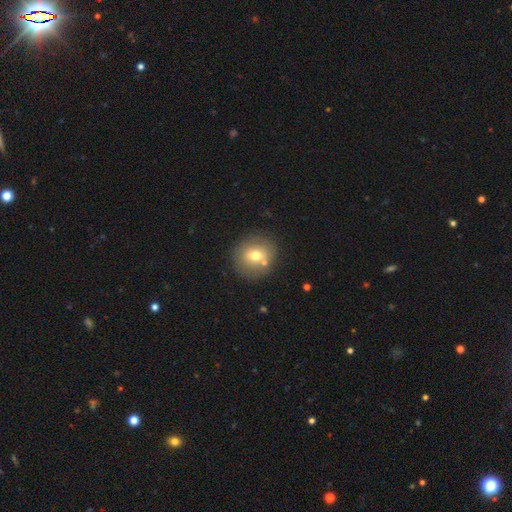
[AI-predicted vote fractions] Overall: smooth (68%). How rounded: round (83%). Merging: none (79%).